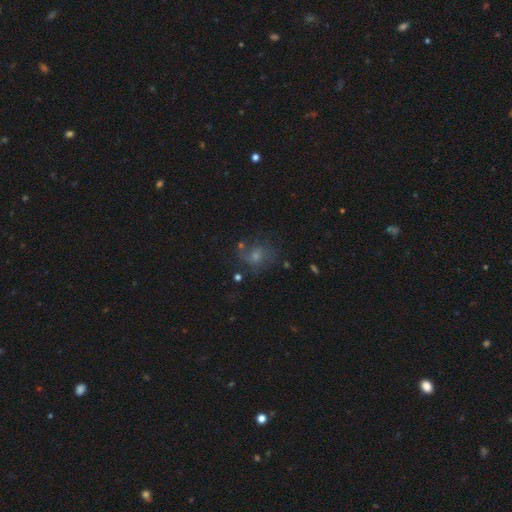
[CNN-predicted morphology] The model was most divided on "smooth or featured": featured or disk: 36%, smooth: 35%, star or artifact: 30%. More confident: merging — none (68%).